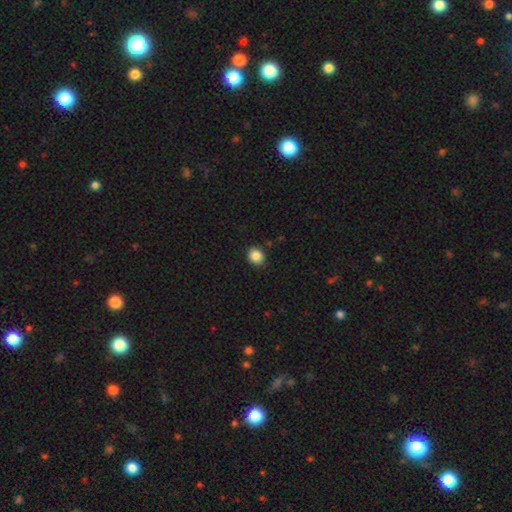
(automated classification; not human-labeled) This is clearly a smooth galaxy (87%). How rounded: likely round (66%). Merging: clearly none (87%).